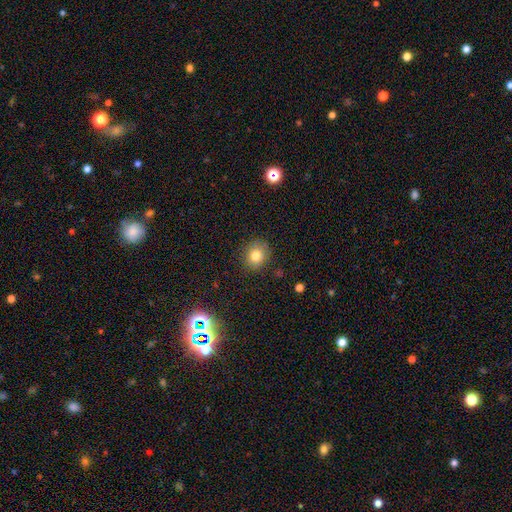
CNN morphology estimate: Smooth or featured? Predicted: smooth (p=0.80). How rounded? Predicted: round (p=0.74). Merging? Predicted: none (p=0.85).